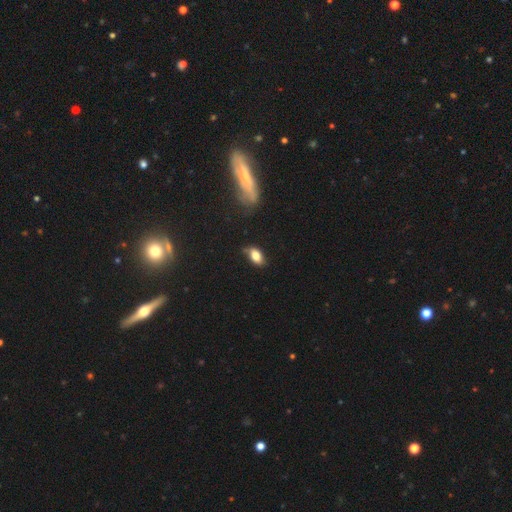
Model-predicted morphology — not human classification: This appears to be a smooth galaxy with no disk features (78%) that is in between round and cigar-shaped (89%). Merging: none (63%).